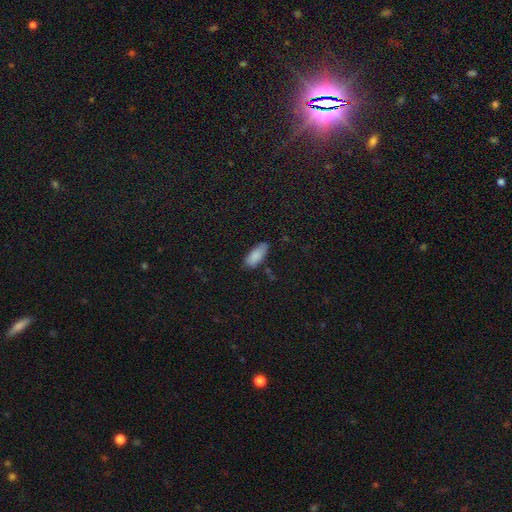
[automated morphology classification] Q: Smooth or featured?
A: smooth (86%); runner-up: featured or disk (7%)
Q: How rounded?
A: in between (81%); runner-up: cigar-shaped (17%)
Q: Merging?
A: none (76%); runner-up: minor disturbance (19%)